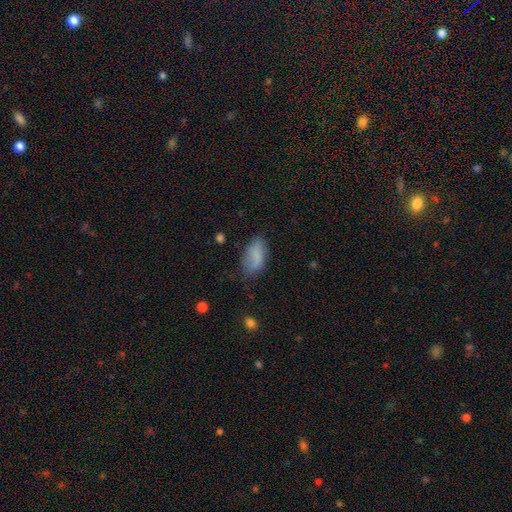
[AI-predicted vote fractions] This appears to be a smooth galaxy with no disk features (79%) that is in between round and cigar-shaped (92%). Merging: none (63%).